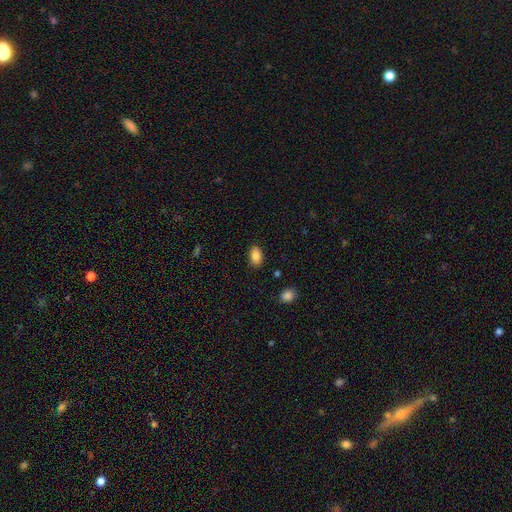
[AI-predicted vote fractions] smooth-or-featured: smooth: 86% | star or artifact: 8% | featured or disk: 6%
  how-rounded: in between: 88% | round: 10% | cigar-shaped: 2%
  merging: none: 85% | minor disturbance: 11% | major disturbance: 2% | merger: 1%